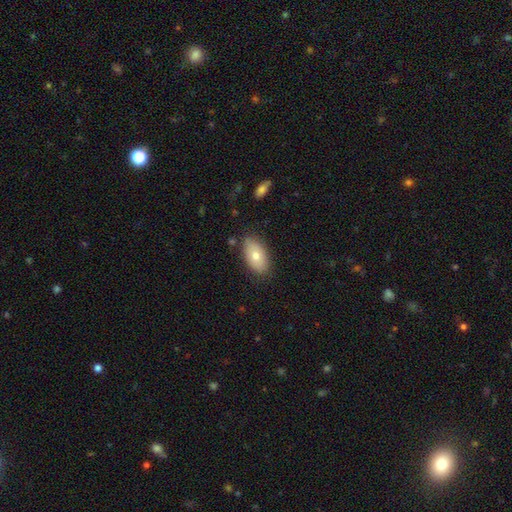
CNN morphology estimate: Smooth or featured? smooth (73%)
How rounded? in between (93%)
Merging? none (81%)